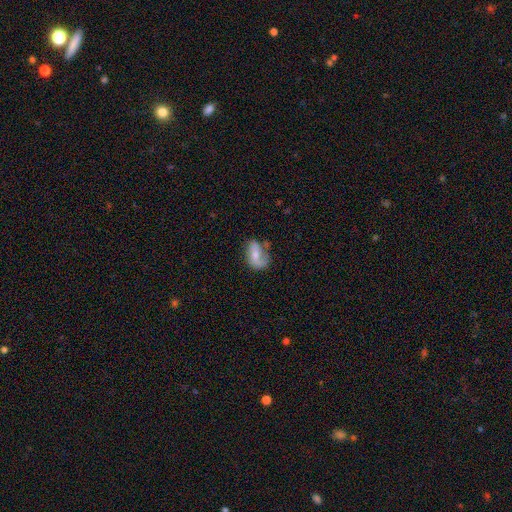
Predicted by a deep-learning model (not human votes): smooth_or_featured: featured or disk (p=0.51) [alt: smooth p=0.41]
disk_edge_on: no (p=0.96) [alt: yes p=0.04]
merging: none (p=0.45) [alt: minor disturbance p=0.29]